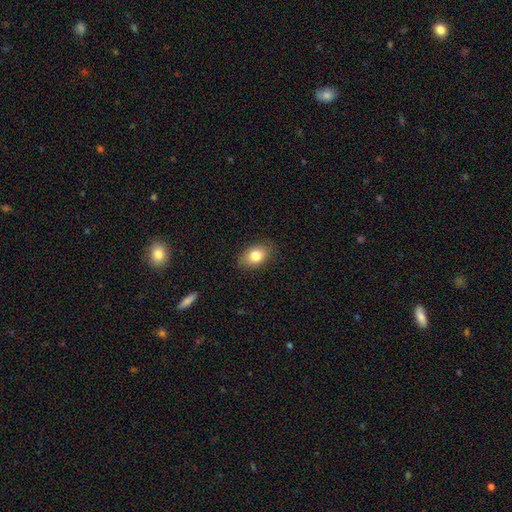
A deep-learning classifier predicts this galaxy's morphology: A smooth galaxy with no disk features (81%) that is in between round and cigar-shaped (83%). Merging: none (85%).